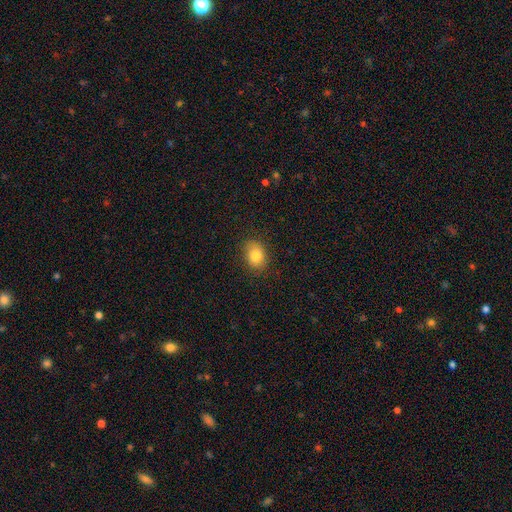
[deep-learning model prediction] smooth_or_featured: smooth (p=0.83) [alt: star or artifact p=0.09]
how_rounded: in between (p=0.61) [alt: round p=0.38]
merging: none (p=0.84) [alt: minor disturbance p=0.12]